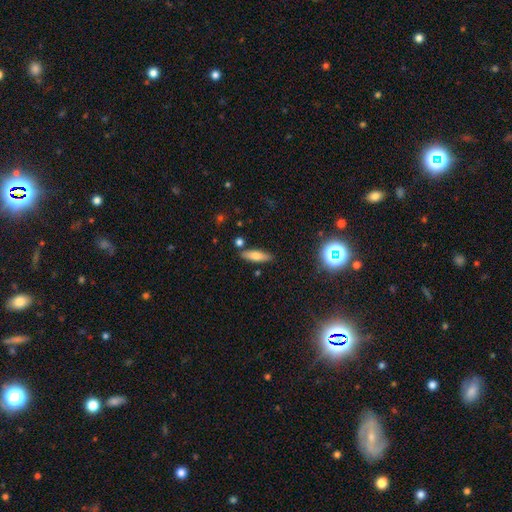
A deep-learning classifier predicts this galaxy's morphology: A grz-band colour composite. It shows a smooth galaxy with no disk features (68%) that is cigar-shaped (53%). Merging: none (82%).